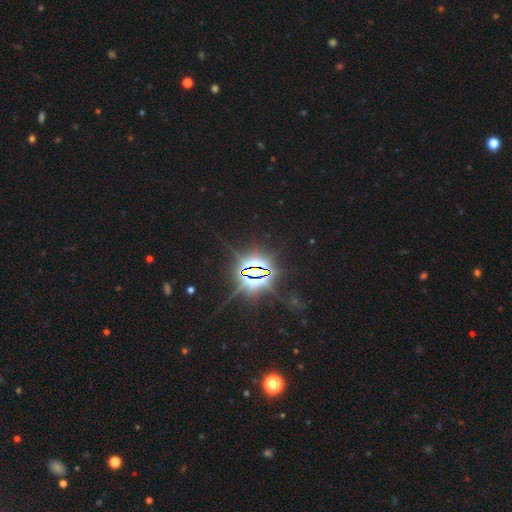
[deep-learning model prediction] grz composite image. It shows a star or artifact, not a galaxy (87%).